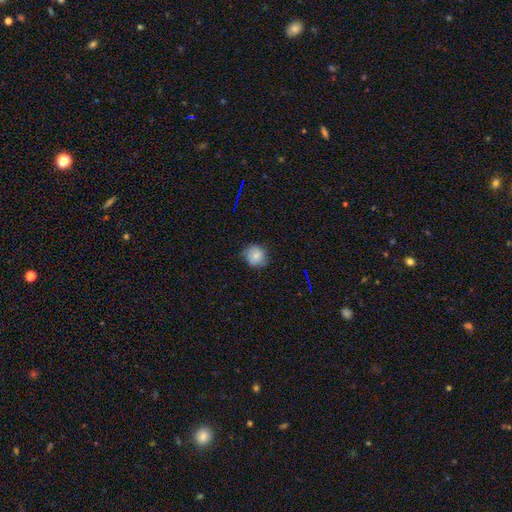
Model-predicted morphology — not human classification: This is likely a smooth galaxy (78%). How rounded: clearly round (86%). Merging: likely none (71%).